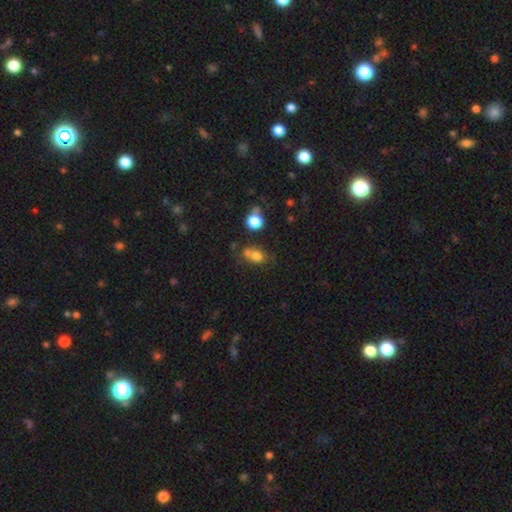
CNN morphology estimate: The model was most divided on "merging": none: 40%, merger: 36%, minor disturbance: 15%, major disturbance: 8%. More confident: smooth or featured — smooth (72%); how rounded — round (52%).